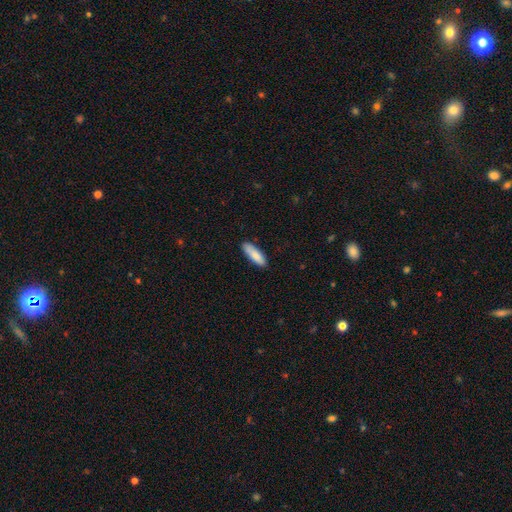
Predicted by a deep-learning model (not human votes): A smooth galaxy with no disk features (85%) that is cigar-shaped (49%, tied with in between). Merging: none (85%).